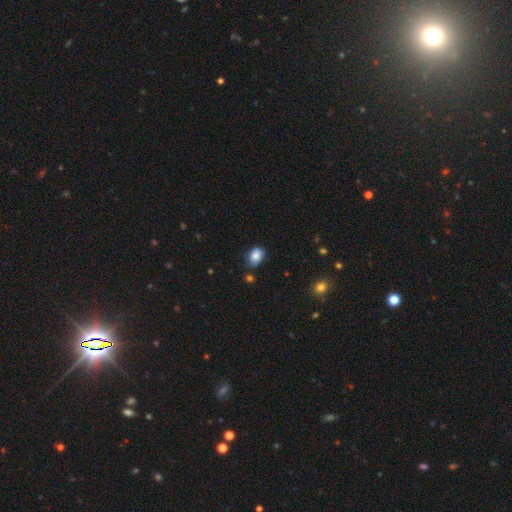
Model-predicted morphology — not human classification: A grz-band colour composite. It shows a smooth galaxy with no disk features (85%) that is in between round and cigar-shaped (76%). Merging: none (71%).